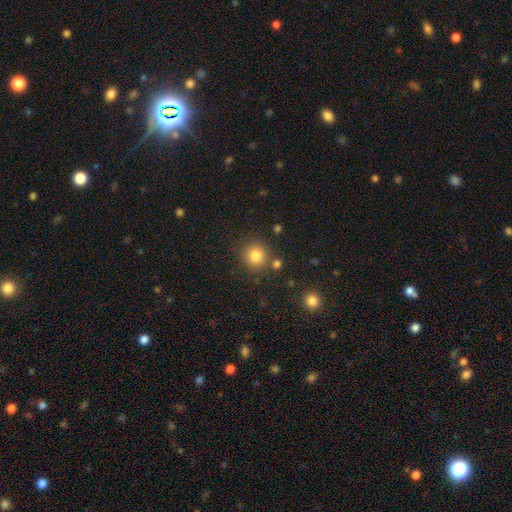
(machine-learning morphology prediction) Q: Smooth or featured?
A: smooth (83%); runner-up: star or artifact (11%)
Q: How rounded?
A: round (91%); runner-up: in between (8%)
Q: Merging?
A: none (82%); runner-up: minor disturbance (8%)